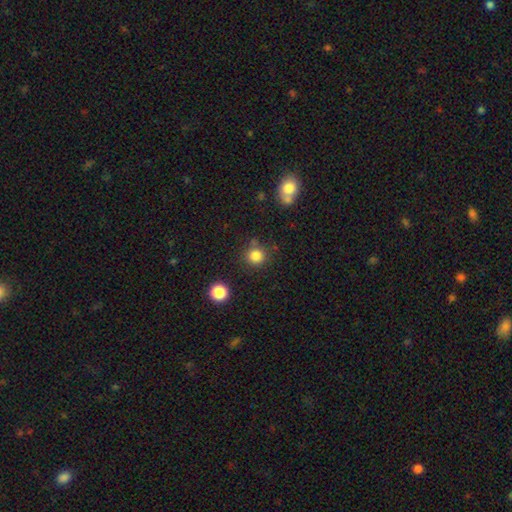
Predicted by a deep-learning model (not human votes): Smooth or featured? Predicted: smooth (p=0.83). How rounded? Predicted: round (p=0.91). Merging? Predicted: none (p=0.80).